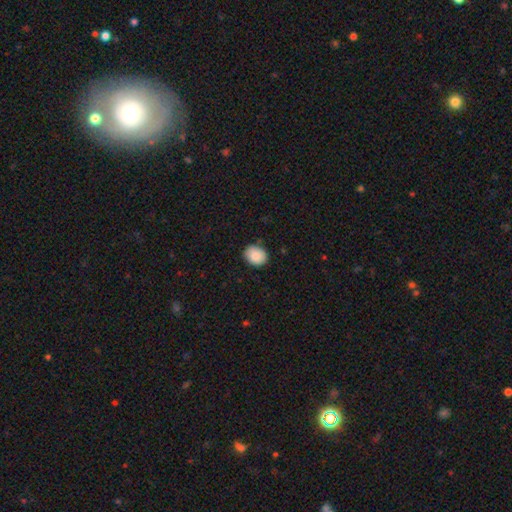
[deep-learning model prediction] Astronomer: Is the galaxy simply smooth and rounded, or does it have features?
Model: smooth — 88%.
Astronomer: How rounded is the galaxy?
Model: round — 51% (runner-up: in between, 48%).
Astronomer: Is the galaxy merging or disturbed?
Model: none — 85%.